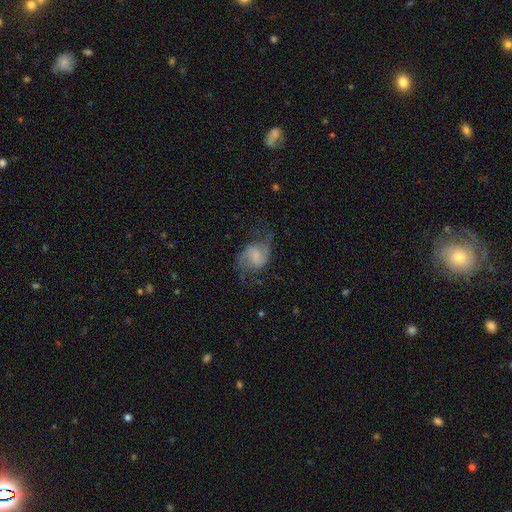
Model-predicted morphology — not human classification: type=featured or disk (69%); edge-on=no (97%); bar=no (51%); spiral arms=yes (91%); winding=loose (56%); arm count=2 (90%); bulge=small (50%); merging=none (56%).